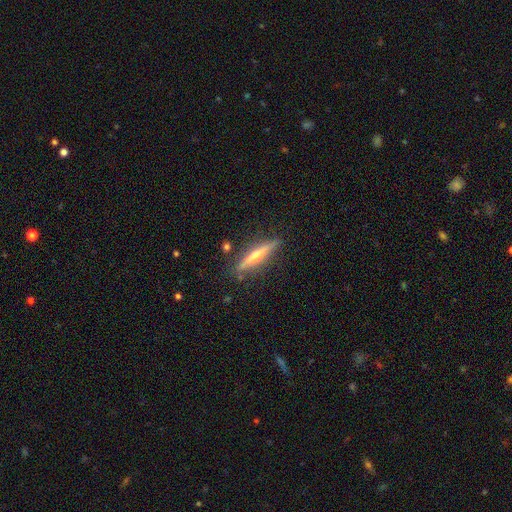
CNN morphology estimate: A featured or disk galaxy (69%) viewed edge-on (96%) with a rounded central bulge (85%). Merging: none (87%).